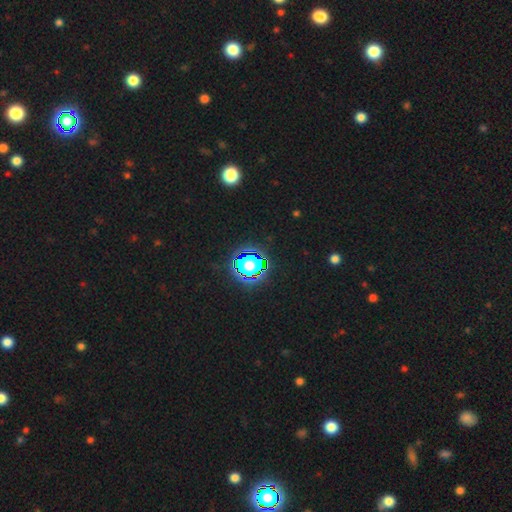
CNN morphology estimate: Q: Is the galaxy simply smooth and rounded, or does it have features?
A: star or artifact — 81%.